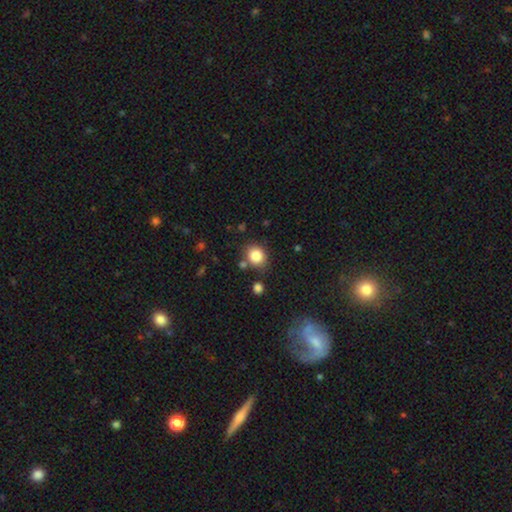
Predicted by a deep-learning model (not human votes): The model was most divided on "how rounded": round: 67%, in between: 32%, cigar-shaped: 1%. More confident: smooth or featured — smooth (84%); merging — none (74%).